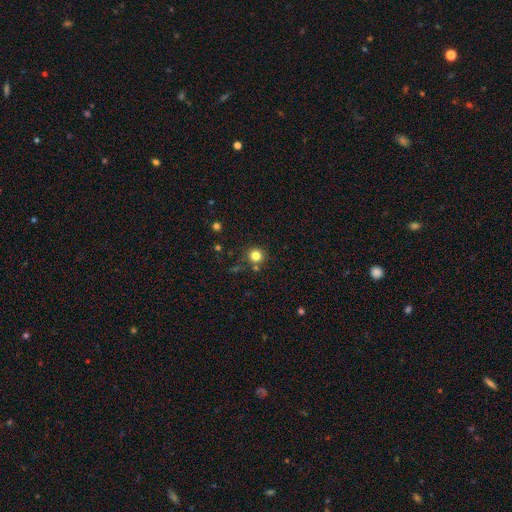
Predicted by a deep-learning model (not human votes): This appears to be a smooth galaxy with no disk features (80%) that is round (93%). Merging: none (82%).